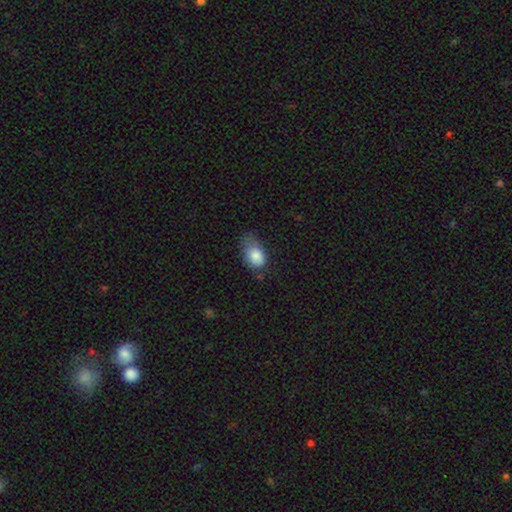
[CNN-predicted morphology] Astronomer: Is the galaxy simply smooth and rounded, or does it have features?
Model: smooth — 81%.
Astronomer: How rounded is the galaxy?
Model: in between — 83%.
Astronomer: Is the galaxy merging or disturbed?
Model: minor disturbance — 43% (runner-up: none, 32%).